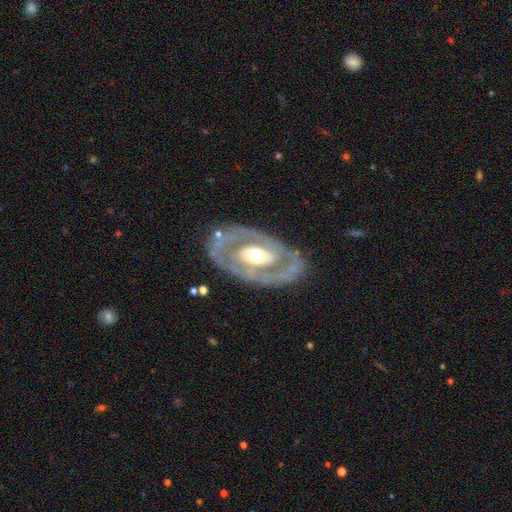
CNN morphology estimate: Smooth or featured? featured or disk (79%)
Edge-on disk? no (93%)
Bar? no (57%)
Spiral arms? yes (55%)
Bulge size? moderate (65%)
Merging? none (79%)